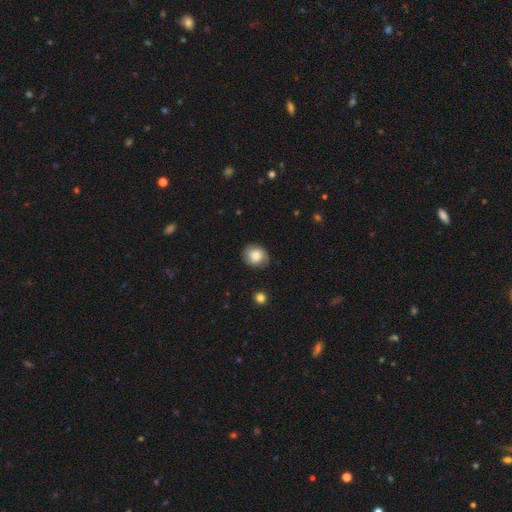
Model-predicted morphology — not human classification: smooth 81%, featured or disk 11%, star or artifact 8%. Down the decision tree: how rounded — round (72%); merging — none (77%).